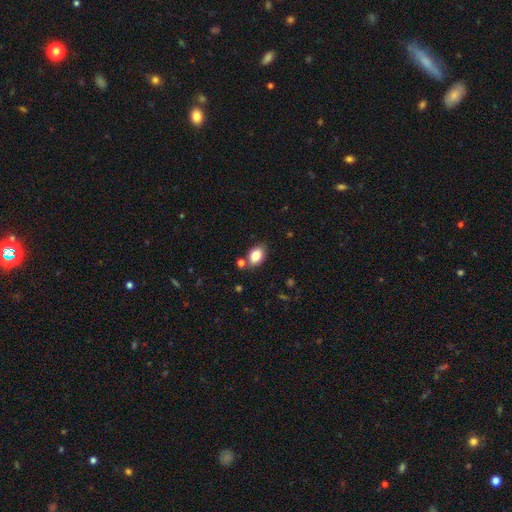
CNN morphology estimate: Smooth or featured?
  - smooth: 83% *
  - star or artifact: 8%
  - featured or disk: 8%
How rounded?
  - in between: 83% *
  - round: 16%
  - cigar-shaped: 1%
Merging?
  - none: 74% *
  - minor disturbance: 13%
  - merger: 10%
  - major disturbance: 3%